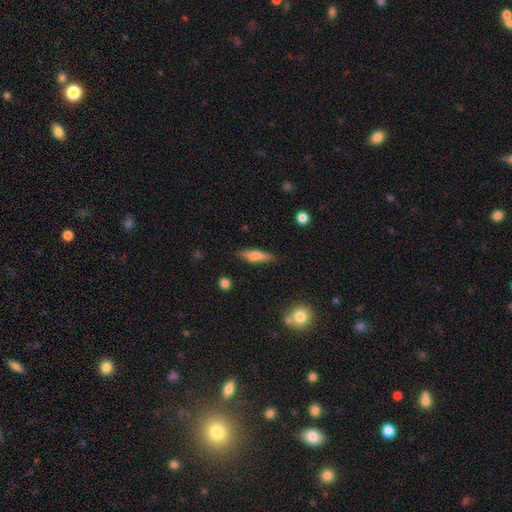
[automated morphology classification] Q: Smooth or featured?
A: smooth (69%); runner-up: featured or disk (24%)
Q: How rounded?
A: cigar-shaped (62%); runner-up: in between (35%)
Q: Merging?
A: none (80%); runner-up: minor disturbance (14%)